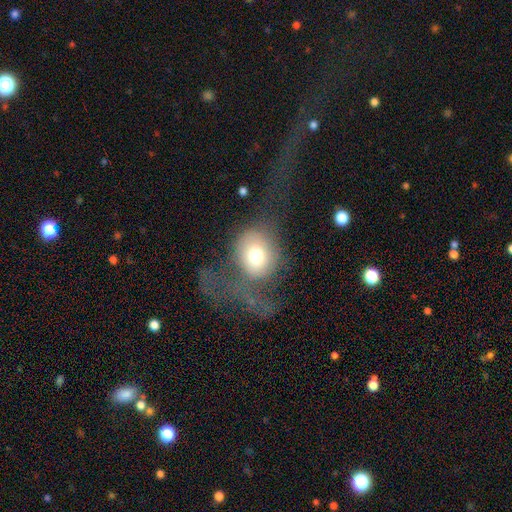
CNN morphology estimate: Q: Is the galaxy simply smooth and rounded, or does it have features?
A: smooth — 69%.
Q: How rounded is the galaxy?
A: round — 64%.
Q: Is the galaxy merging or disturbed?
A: major disturbance — 58%.